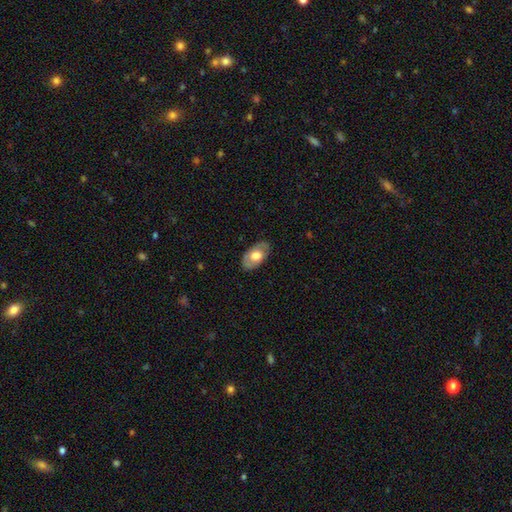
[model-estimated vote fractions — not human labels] Smooth or featured?
  - smooth: 50% *
  - featured or disk: 44%
  - star or artifact: 6%
How rounded?
  - in between: 91% *
  - round: 7%
  - cigar-shaped: 2%
Merging?
  - none: 82% *
  - minor disturbance: 13%
  - major disturbance: 4%
  - merger: 1%